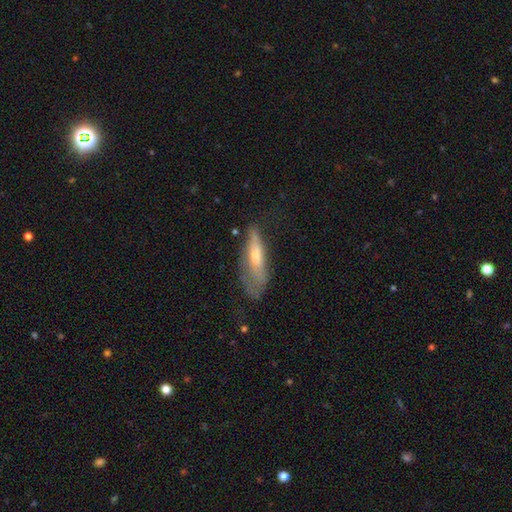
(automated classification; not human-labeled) smooth_or_featured: smooth (p=0.58) [alt: featured or disk p=0.35]
how_rounded: cigar-shaped (p=0.57) [alt: in between p=0.41]
merging: major disturbance (p=0.34) [alt: none p=0.33]